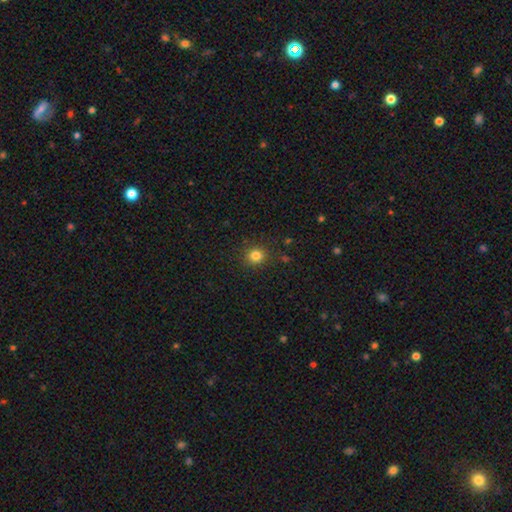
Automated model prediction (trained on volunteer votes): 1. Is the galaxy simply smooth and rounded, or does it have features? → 82% smooth, 13% star or artifact, 5% featured or disk.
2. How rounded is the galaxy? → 86% round, 13% in between, 1% cigar-shaped.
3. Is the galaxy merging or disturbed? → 88% none, 8% minor disturbance, 3% major disturbance, 2% merger.